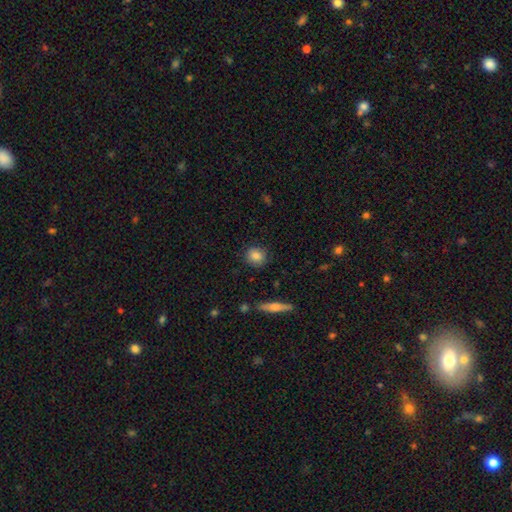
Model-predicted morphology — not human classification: This appears to be a smooth galaxy with no disk features (84%) that is round (83%). Merging: none (87%).